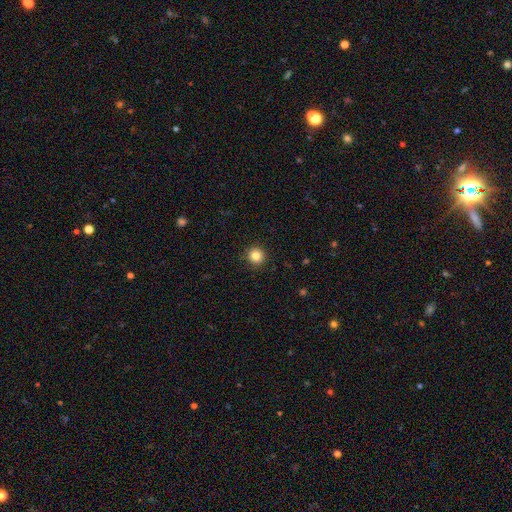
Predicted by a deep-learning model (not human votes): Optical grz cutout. It shows a smooth galaxy with no disk features (84%) that is round (94%). Merging: none (92%).